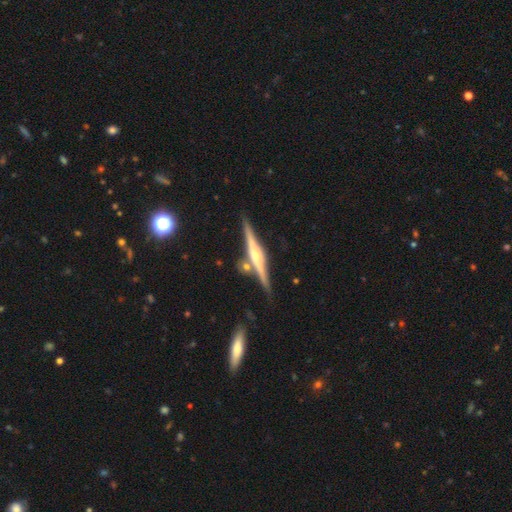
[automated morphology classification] Overall: featured or disk (79%). Edge-on disk: yes (98%). Edge-on bulge: rounded (79%). Merging: none (81%).